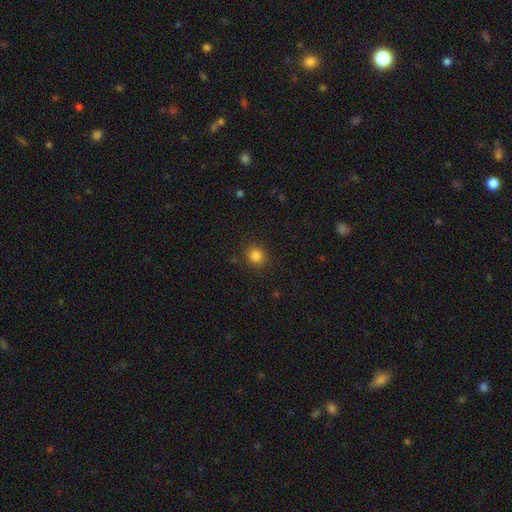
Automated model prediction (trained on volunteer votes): Overall: smooth (84%). How rounded: round (80%). Merging: none (88%).